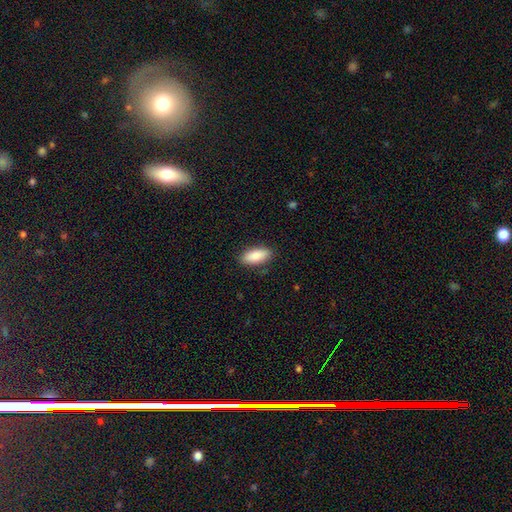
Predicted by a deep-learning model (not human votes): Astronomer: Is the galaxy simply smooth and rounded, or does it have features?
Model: smooth — 88%.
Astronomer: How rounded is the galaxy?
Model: in between — 83%.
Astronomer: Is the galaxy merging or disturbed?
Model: none — 87%.